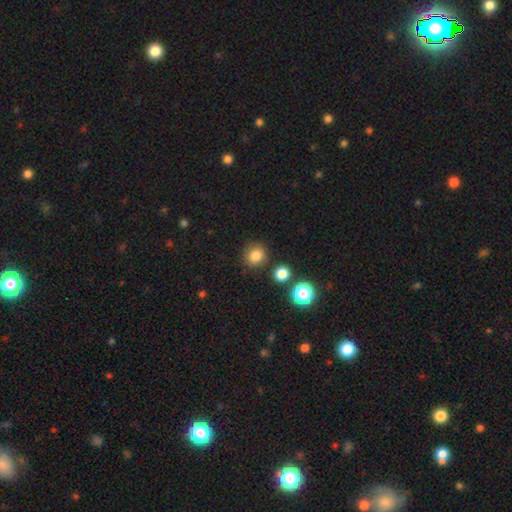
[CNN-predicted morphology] A smooth galaxy with no disk features (83%) that is round (89%). Merging: none (86%).